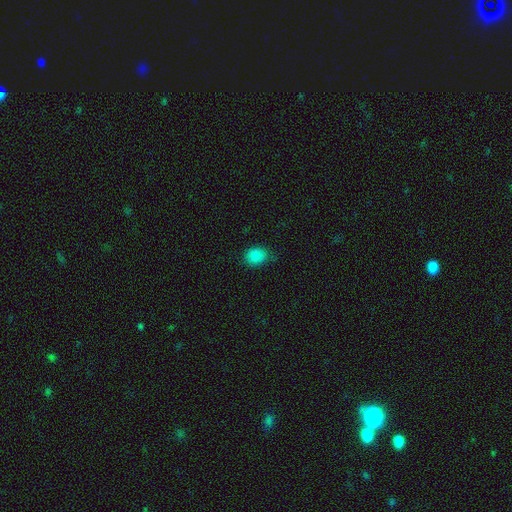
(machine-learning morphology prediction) smooth 86%, star or artifact 11%, featured or disk 4%. Down the decision tree: how rounded — round (51%); merging — none (71%).